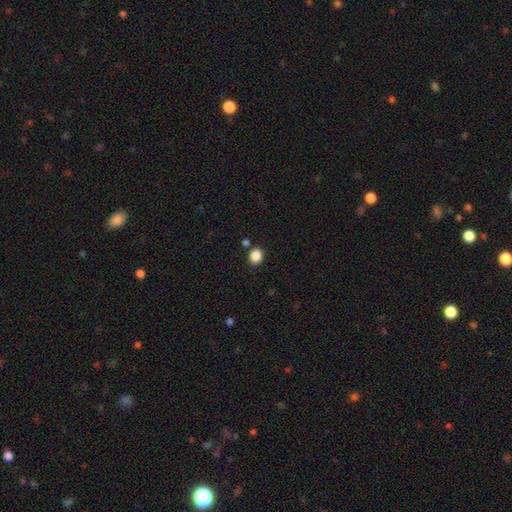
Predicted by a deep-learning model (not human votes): A smooth galaxy with no disk features (86%) that is round (53%). Merging: none (82%).